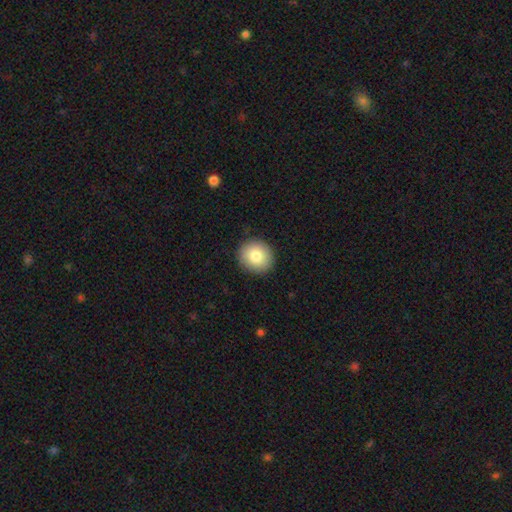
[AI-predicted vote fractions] smooth 83%, featured or disk 9%, star or artifact 8%. Down the decision tree: how rounded — round (86%); merging — none (90%).